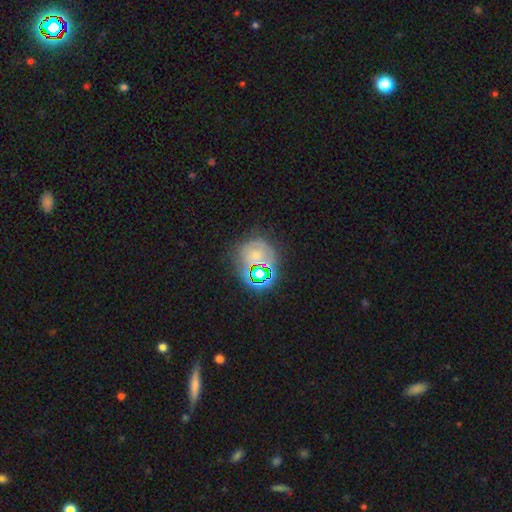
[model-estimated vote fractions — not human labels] smooth 45%, star or artifact 35%, featured or disk 20%. Down the decision tree: merging — none (63%).